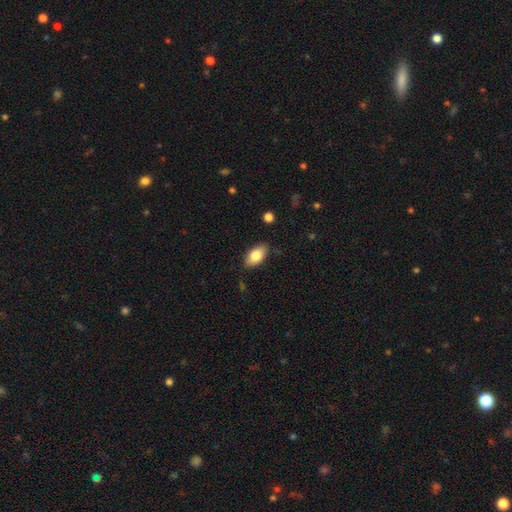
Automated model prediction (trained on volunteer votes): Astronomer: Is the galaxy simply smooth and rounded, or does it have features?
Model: smooth — 82%.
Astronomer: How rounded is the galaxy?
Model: in between — 92%.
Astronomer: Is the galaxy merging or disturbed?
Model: none — 84%.